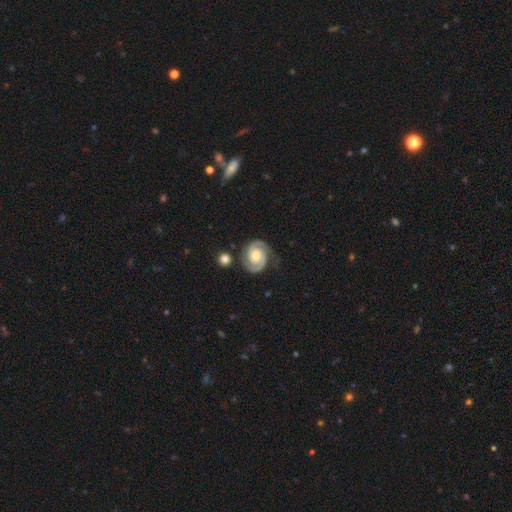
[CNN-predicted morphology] type=featured or disk (90%); edge-on=no (98%); bar=no (65%); spiral arms=yes (98%); winding=tight (67%); arm count=2 (93%); bulge=moderate (69%); merging=none (81%).